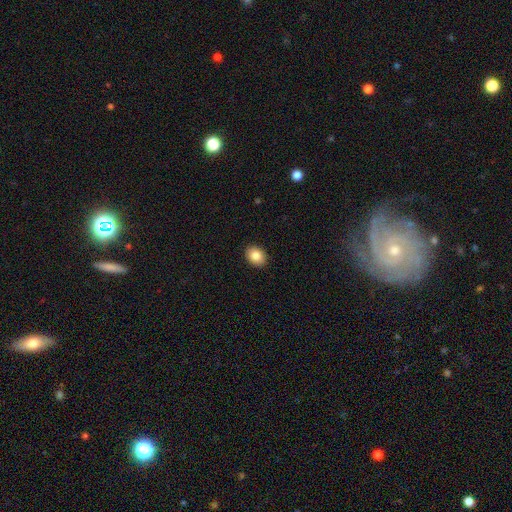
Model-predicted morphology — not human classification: smooth 86%, star or artifact 8%, featured or disk 6%. Down the decision tree: how rounded — in between (63%); merging — none (91%).